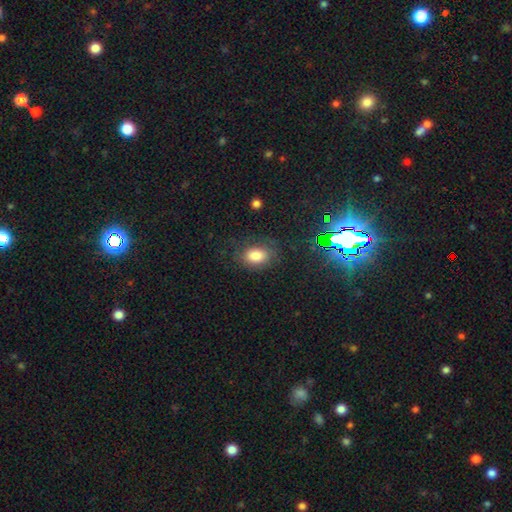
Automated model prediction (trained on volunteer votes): This is likely a smooth galaxy (79%). How rounded: clearly in between (83%). Merging: likely none (75%).